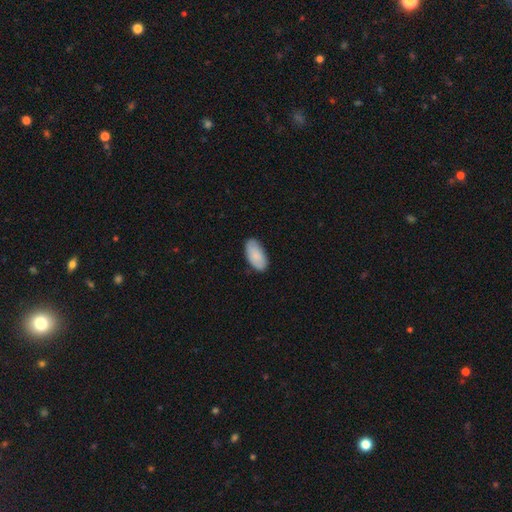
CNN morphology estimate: smooth-or-featured: smooth: 86% | featured or disk: 8% | star or artifact: 5%
  how-rounded: in between: 95% | cigar-shaped: 3% | round: 2%
  merging: none: 84% | minor disturbance: 13% | major disturbance: 2% | merger: 1%